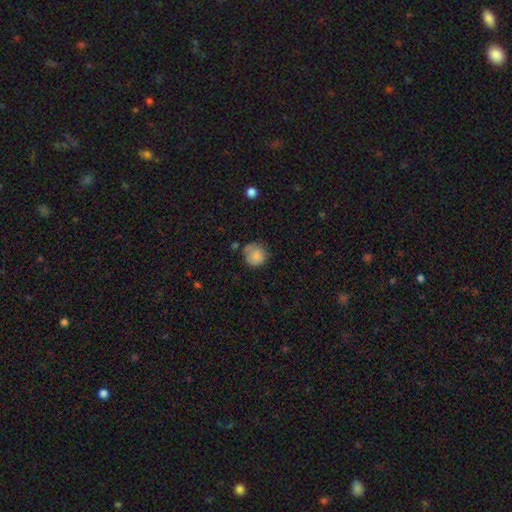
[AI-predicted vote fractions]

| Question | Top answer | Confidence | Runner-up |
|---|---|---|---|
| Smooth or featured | smooth | 81% | featured or disk (11%) |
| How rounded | round | 89% | in between (10%) |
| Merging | none | 64% | minor disturbance (24%) |